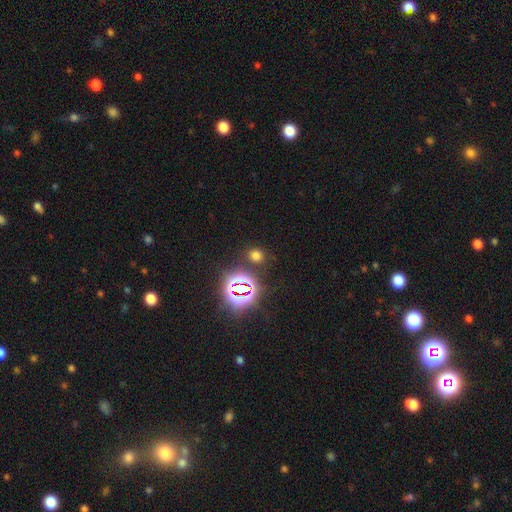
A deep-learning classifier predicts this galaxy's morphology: Overall: smooth (59%; star or artifact 35%). How rounded: round (73%). Merging: none (83%).